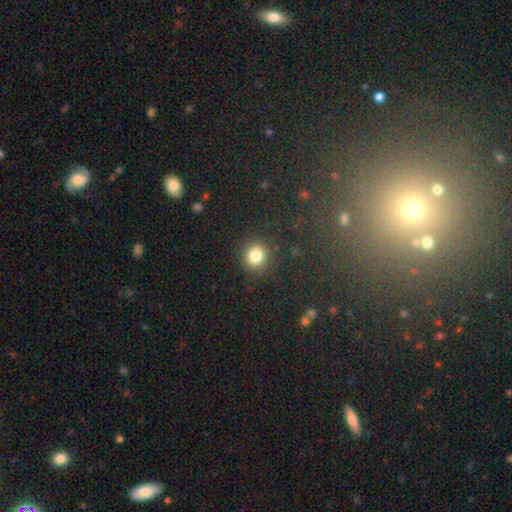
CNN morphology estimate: Smooth or featured? smooth (81%)
How rounded? round (84%)
Merging? none (88%)